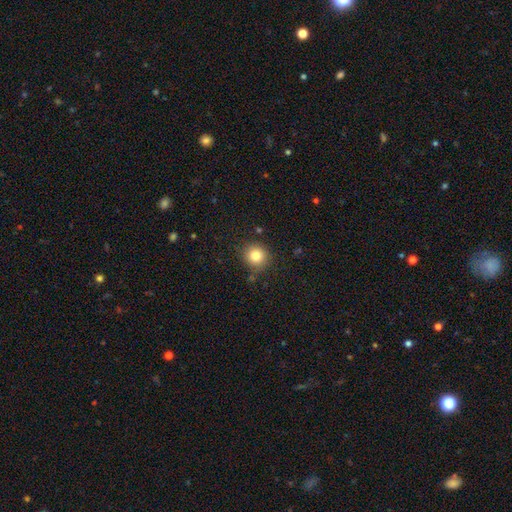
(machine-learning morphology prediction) A smooth galaxy with no disk features (83%) that is round (91%).

Vote fractions:
- Smooth or featured? smooth: 83% / star or artifact: 11% / featured or disk: 6%
- How rounded? round: 91% / in between: 8% / cigar-shaped: 1%
- Merging? none: 84% / minor disturbance: 11% / major disturbance: 3% / merger: 3%